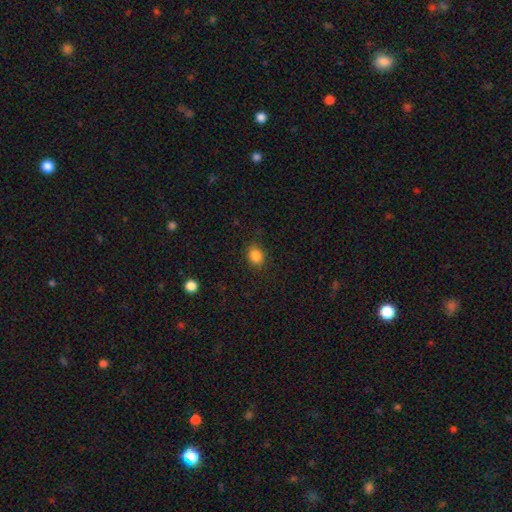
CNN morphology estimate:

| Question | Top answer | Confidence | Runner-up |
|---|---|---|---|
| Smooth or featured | smooth | 85% | star or artifact (11%) |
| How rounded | round | 59% | in between (40%) |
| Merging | none | 83% | minor disturbance (12%) |